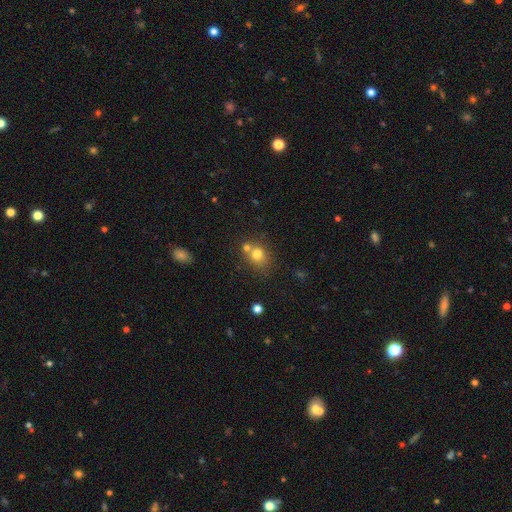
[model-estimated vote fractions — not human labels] Q: Smooth or featured?
A: smooth (72%); runner-up: star or artifact (16%)
Q: How rounded?
A: round (68%); runner-up: in between (31%)
Q: Merging?
A: none (53%); runner-up: merger (32%)